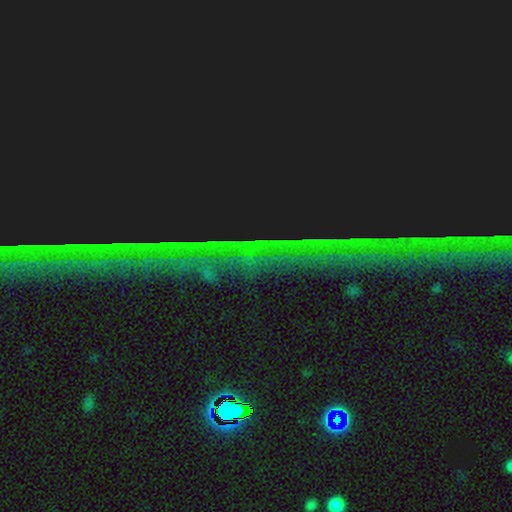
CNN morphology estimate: A star or artifact, not a galaxy (85%).

Vote fractions:
- Smooth or featured? star or artifact: 85% / featured or disk: 8% / smooth: 7%